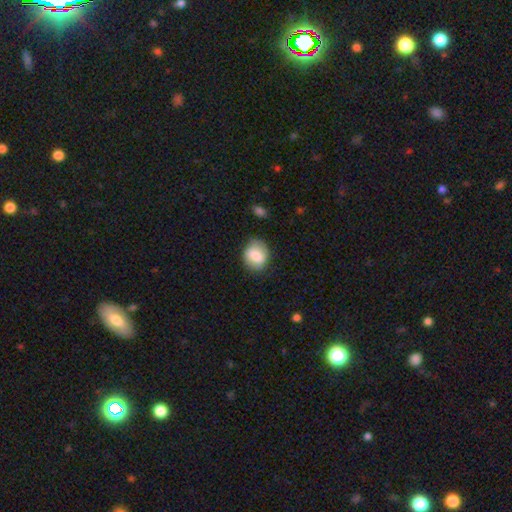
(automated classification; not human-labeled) This appears to be a smooth galaxy with no disk features (72%) that is round (58%). Merging: none (77%).